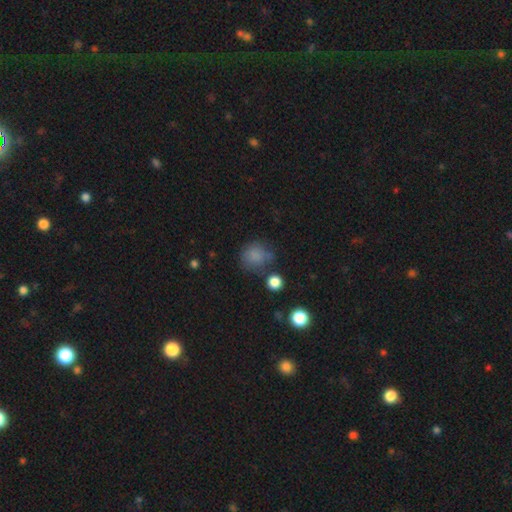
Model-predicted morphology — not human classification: smooth_or_featured: smooth (p=0.80) [alt: star or artifact p=0.12]
how_rounded: round (p=0.81) [alt: in between p=0.18]
merging: none (p=0.62) [alt: minor disturbance p=0.21]